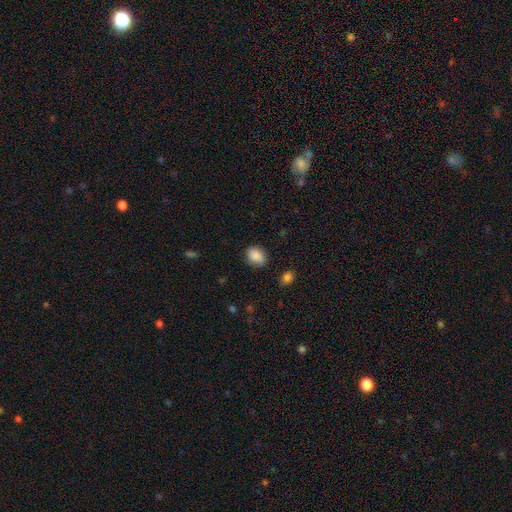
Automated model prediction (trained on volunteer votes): smooth-or-featured: smooth: 87% | star or artifact: 8% | featured or disk: 5%
  how-rounded: in between: 67% | round: 32% | cigar-shaped: 1%
  merging: none: 80% | minor disturbance: 15% | major disturbance: 3% | merger: 2%